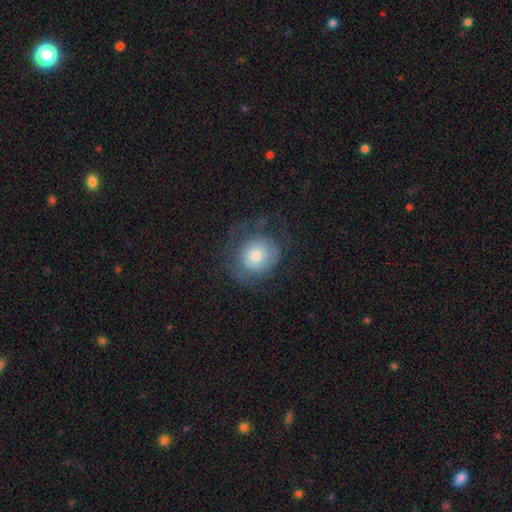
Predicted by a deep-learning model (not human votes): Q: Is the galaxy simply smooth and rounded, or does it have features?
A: smooth — 62%.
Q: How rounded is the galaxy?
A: round — 84%.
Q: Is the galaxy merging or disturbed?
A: none — 56%.